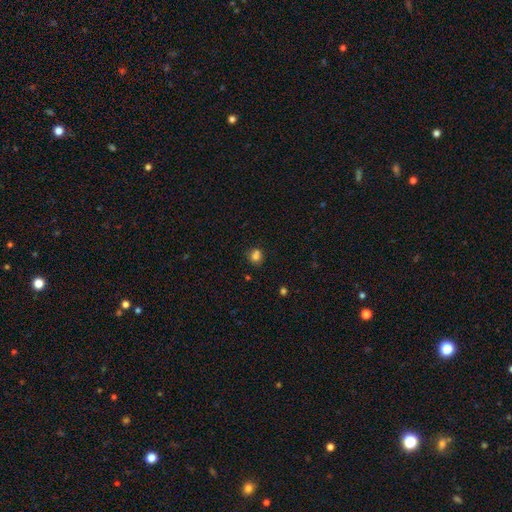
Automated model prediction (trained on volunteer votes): Morphology: type=smooth (77%); roundness=round (73%); merging=none (64%).